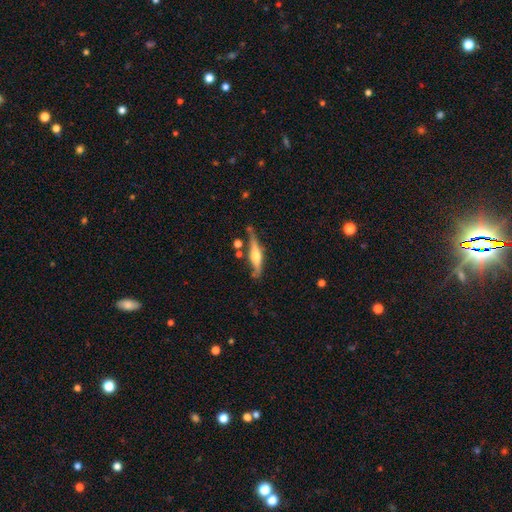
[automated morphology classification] type=featured or disk (67%); edge-on=yes (95%); edge-on bulge=rounded (86%); merging=none (69%).